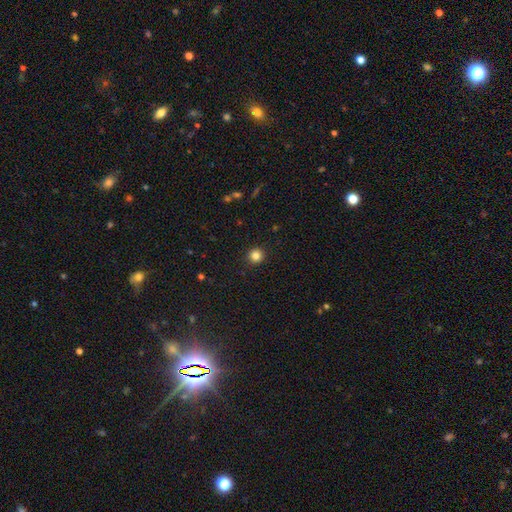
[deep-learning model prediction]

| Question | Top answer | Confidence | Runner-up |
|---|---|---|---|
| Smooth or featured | smooth | 83% | star or artifact (12%) |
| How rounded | round | 94% | in between (5%) |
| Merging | none | 93% | minor disturbance (5%) |